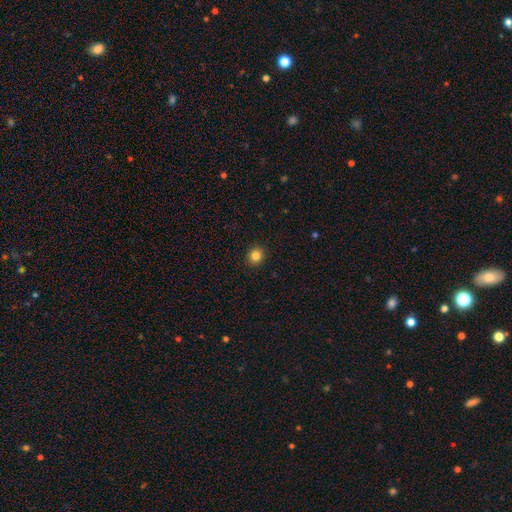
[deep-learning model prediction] Smooth or featured?
  - smooth: 83% *
  - star or artifact: 12%
  - featured or disk: 5%
How rounded?
  - round: 87% *
  - in between: 12%
  - cigar-shaped: 1%
Merging?
  - none: 92% *
  - minor disturbance: 5%
  - major disturbance: 2%
  - merger: 1%